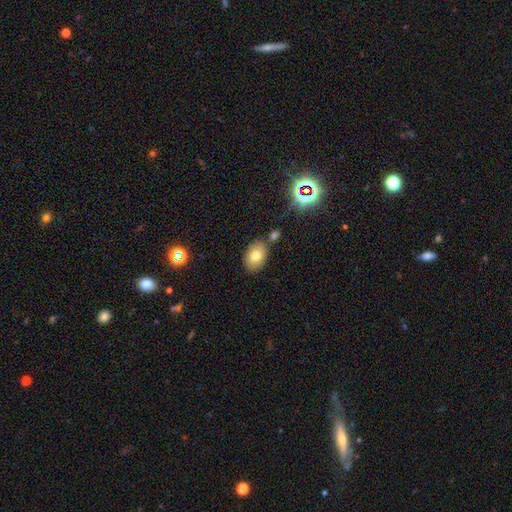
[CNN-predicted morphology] This is likely a smooth galaxy (76%). How rounded: clearly in between (86%). Merging: likely none (78%).